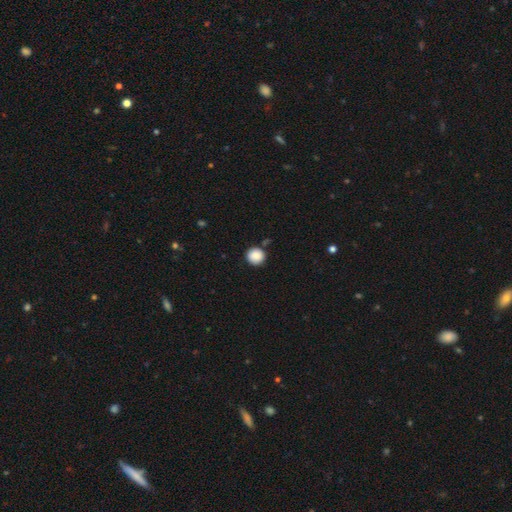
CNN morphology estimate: Smooth or featured?
  - smooth: 88% *
  - star or artifact: 9%
  - featured or disk: 3%
How rounded?
  - round: 93% *
  - in between: 6%
  - cigar-shaped: 1%
Merging?
  - none: 85% *
  - minor disturbance: 9%
  - merger: 4%
  - major disturbance: 2%